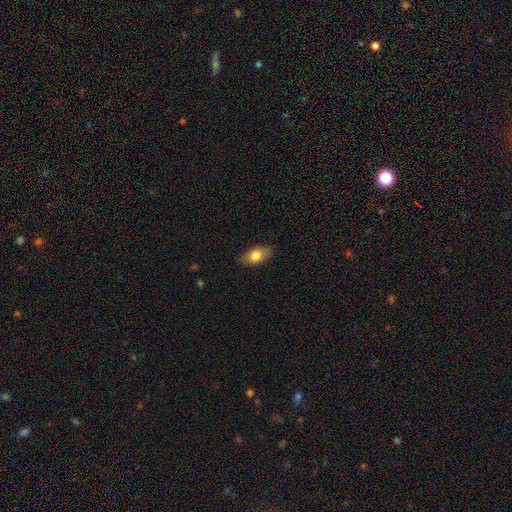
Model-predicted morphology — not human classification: Q: Smooth or featured?
A: smooth (76%); runner-up: featured or disk (17%)
Q: How rounded?
A: in between (89%); runner-up: round (6%)
Q: Merging?
A: none (84%); runner-up: minor disturbance (12%)